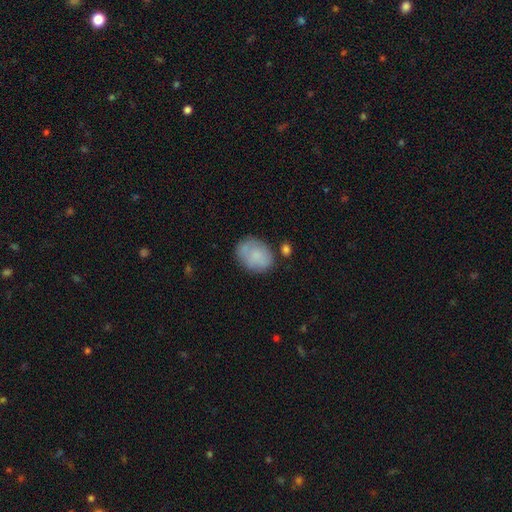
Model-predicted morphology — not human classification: Smooth or featured?
  - smooth: 75% *
  - featured or disk: 18%
  - star or artifact: 8%
How rounded?
  - in between: 63% *
  - round: 35%
  - cigar-shaped: 1%
Merging?
  - none: 60% *
  - minor disturbance: 24%
  - merger: 9%
  - major disturbance: 7%